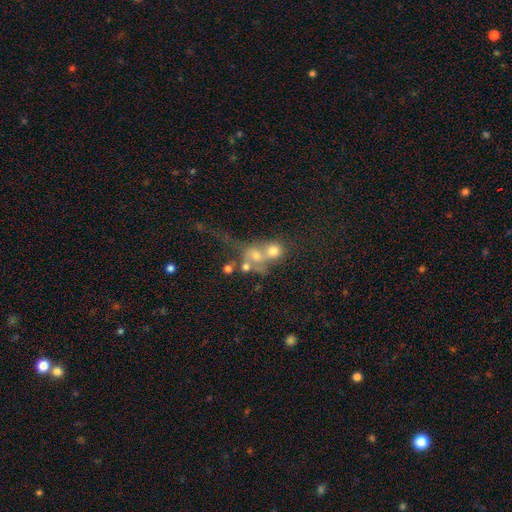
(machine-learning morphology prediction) A smooth galaxy with no disk features (55%) that is round (66%). Merging: merger (64%).